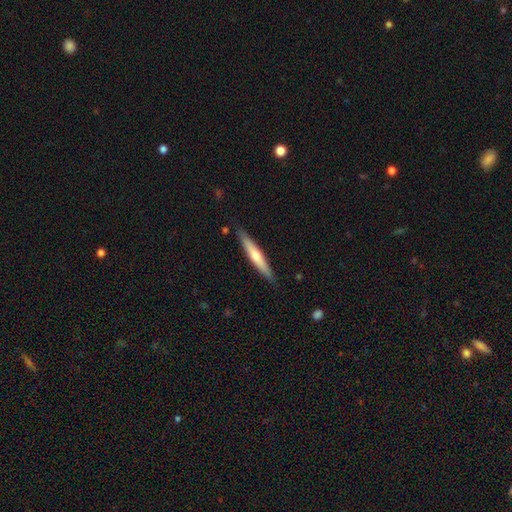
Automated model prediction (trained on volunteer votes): This is possibly a smooth galaxy (50%). How rounded: clearly cigar-shaped (93%). Merging: clearly none (88%).